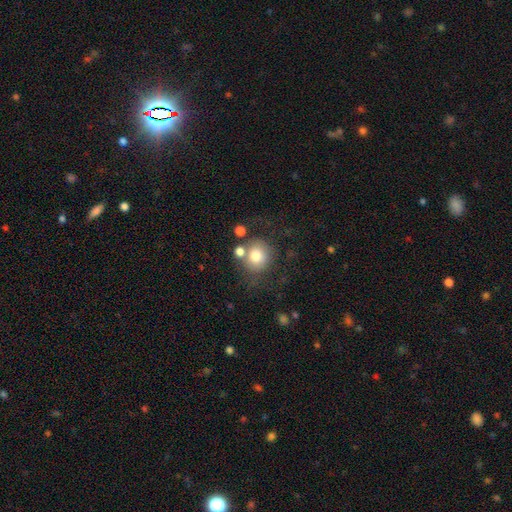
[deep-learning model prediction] A smooth galaxy with no disk features (75%) that is round (86%). Merging: none (61%).